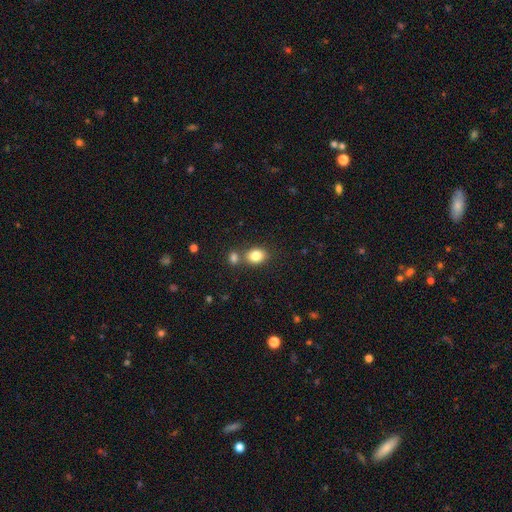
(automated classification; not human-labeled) smooth 83%, star or artifact 10%, featured or disk 7%. Down the decision tree: how rounded — in between (60%); merging — none (64%).